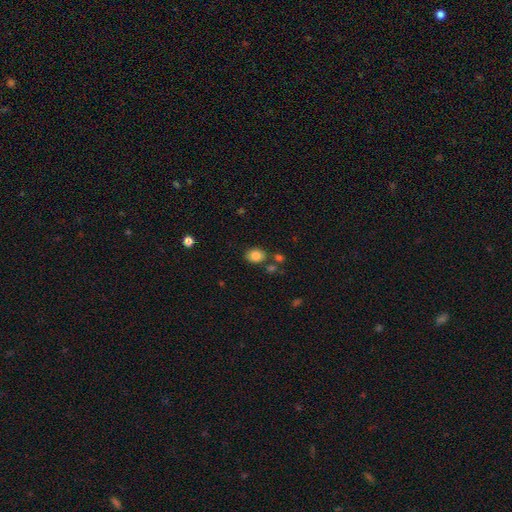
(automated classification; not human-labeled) Smooth or featured? smooth (84%)
How rounded? round (51%)
Merging? none (76%)